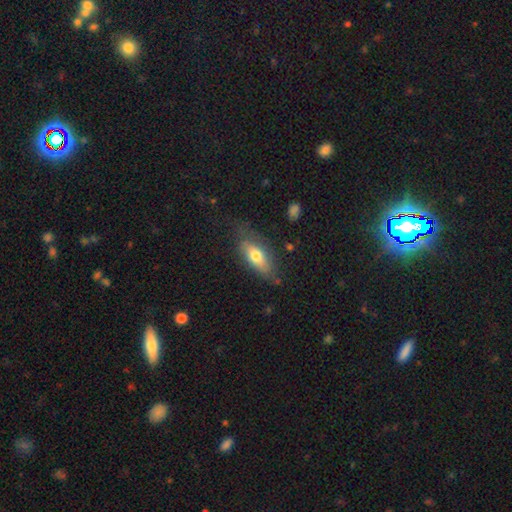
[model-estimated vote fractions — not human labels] Morphology: type=smooth (66%); roundness=in between (75%); merging=none (65%).